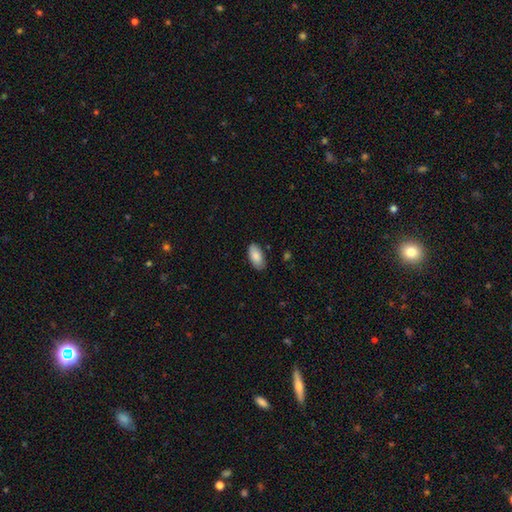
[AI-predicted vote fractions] smooth-or-featured: smooth: 85% | featured or disk: 8% | star or artifact: 6%
  how-rounded: in between: 94% | cigar-shaped: 4% | round: 2%
  merging: none: 83% | minor disturbance: 13% | major disturbance: 2% | merger: 1%